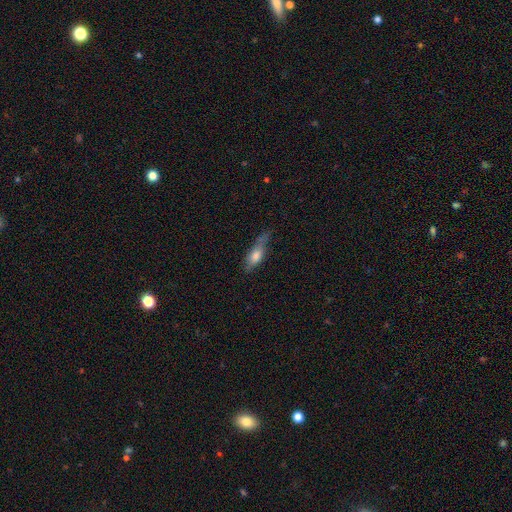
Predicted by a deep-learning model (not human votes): Q: Smooth or featured?
A: smooth (63%); runner-up: featured or disk (29%)
Q: How rounded?
A: in between (56%); runner-up: cigar-shaped (40%)
Q: Merging?
A: none (44%); runner-up: minor disturbance (36%)